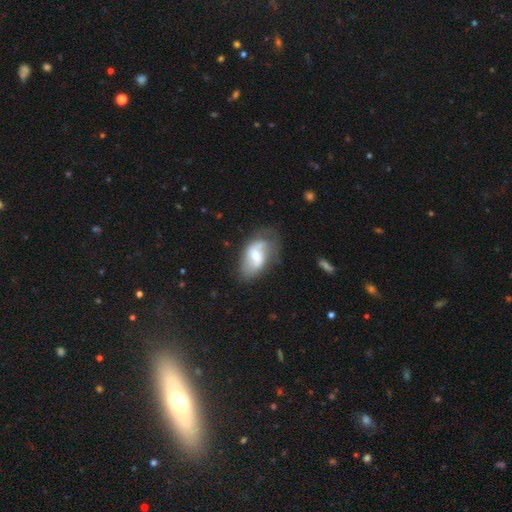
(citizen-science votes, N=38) A featured or disk galaxy (58%) with no bar (53%), 2 (75%) loose (50%) spiral arms (84%) and a moderate central bulge (63%).

Vote fractions:
- Smooth or featured? featured or disk: 58% / smooth: 32% / star or artifact: 11%
- Edge-on disk? no: 86% / yes: 14%
- Bar? no: 53% / weak: 32% / strong: 16%
- Spiral arms? yes: 84% / no: 16%
- Spiral winding? loose: 50% / medium: 44% / tight: 6%
- Spiral arm count? 2: 75% / 1: 19% / can't tell: 6% / 3: 0% / 4: 0% / more than 4: 0%
- Bulge size? moderate: 63% / small: 26% / large: 5% / none: 5% / dominant: 0%
- Merging? none: 47% / minor disturbance: 32% / major disturbance: 21% / merger: 0%